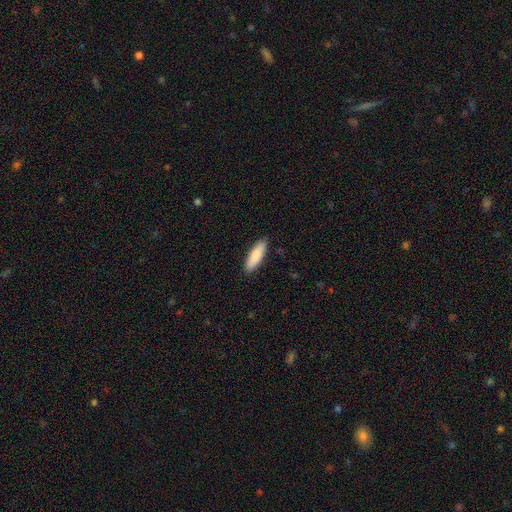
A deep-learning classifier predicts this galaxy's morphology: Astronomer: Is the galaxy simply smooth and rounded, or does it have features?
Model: smooth — 85%.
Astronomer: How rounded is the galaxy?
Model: in between — 53% (runner-up: cigar-shaped, 45%).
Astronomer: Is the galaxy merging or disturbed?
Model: none — 89%.